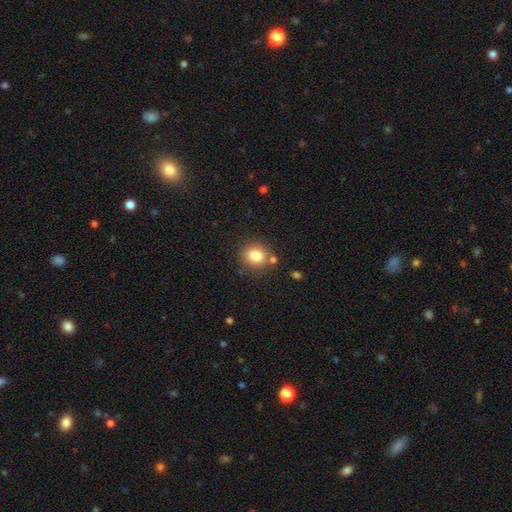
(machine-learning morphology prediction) The model was most divided on "how rounded": round: 83%, in between: 16%, cigar-shaped: 1%. More confident: smooth or featured — smooth (82%); merging — none (78%).